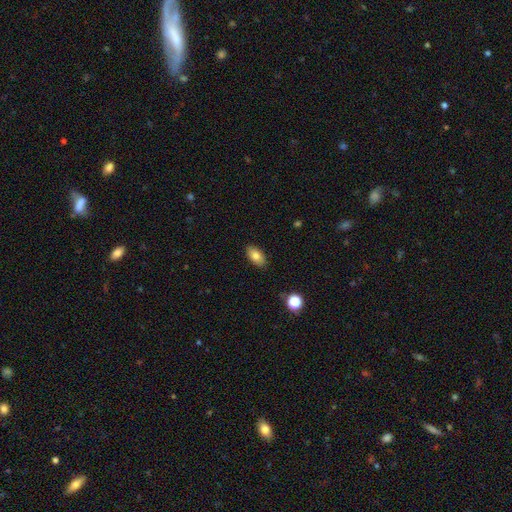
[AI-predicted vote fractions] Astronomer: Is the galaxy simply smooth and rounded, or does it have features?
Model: smooth — 80%.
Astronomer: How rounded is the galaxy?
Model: in between — 92%.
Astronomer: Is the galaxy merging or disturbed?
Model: none — 88%.